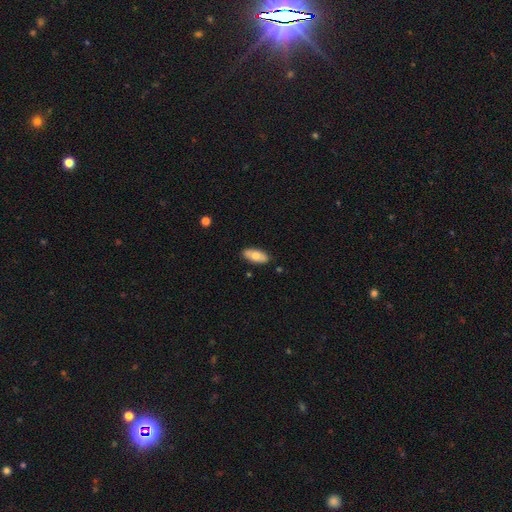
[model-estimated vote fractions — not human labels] smooth-or-featured: smooth: 67% | featured or disk: 27% | star or artifact: 6%
  how-rounded: in between: 88% | cigar-shaped: 10% | round: 2%
  merging: none: 87% | minor disturbance: 10% | major disturbance: 2% | merger: 1%